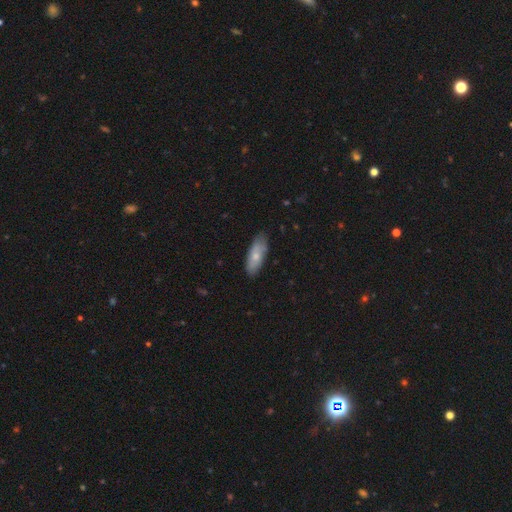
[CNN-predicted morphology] A smooth galaxy with no disk features (69%) that is in between round and cigar-shaped (69%). Merging: none (77%).